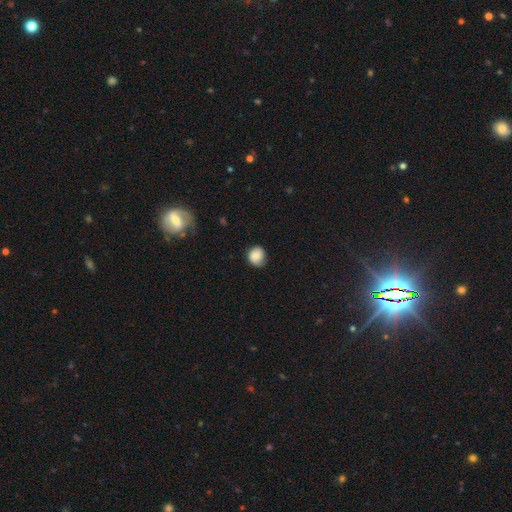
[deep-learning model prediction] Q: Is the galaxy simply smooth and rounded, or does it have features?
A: smooth — 79%.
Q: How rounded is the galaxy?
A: round — 80%.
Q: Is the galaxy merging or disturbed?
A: none — 71%.